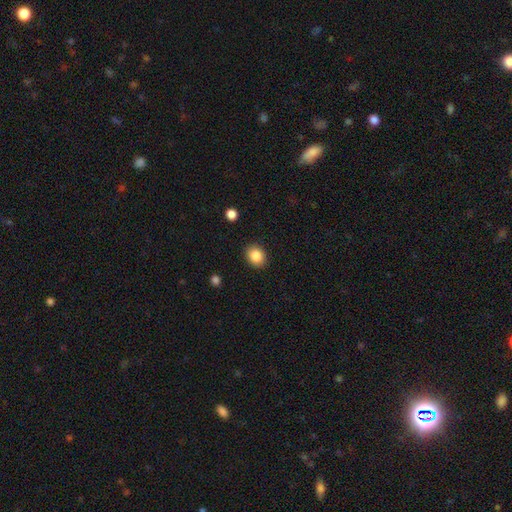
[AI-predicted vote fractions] Smooth or featured?
  - smooth: 87% *
  - star or artifact: 9%
  - featured or disk: 4%
How rounded?
  - round: 59% *
  - in between: 40%
  - cigar-shaped: 1%
Merging?
  - none: 88% *
  - minor disturbance: 8%
  - major disturbance: 2%
  - merger: 1%